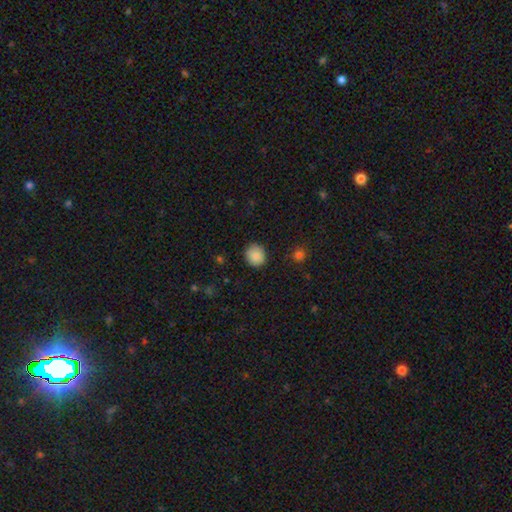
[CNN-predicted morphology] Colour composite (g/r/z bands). It shows a smooth galaxy with no disk features (88%) that is round (87%). Merging: none (87%).